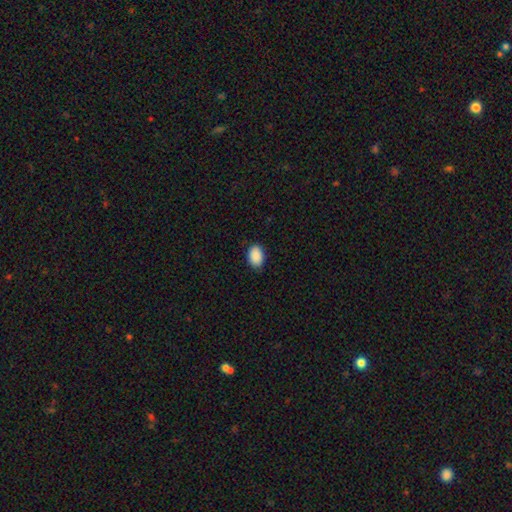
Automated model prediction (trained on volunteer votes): This appears to be a smooth galaxy with no disk features (90%) that is in between round and cigar-shaped (86%). Merging: none (87%).